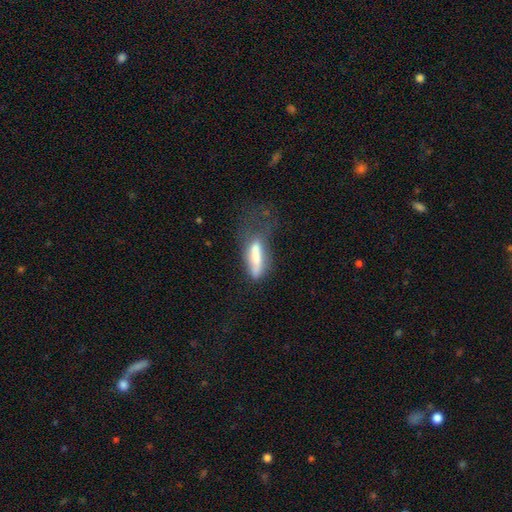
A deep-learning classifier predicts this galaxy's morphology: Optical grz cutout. It shows a smooth galaxy with no disk features (59%) that is cigar-shaped (62%). Merging: major disturbance (44%).